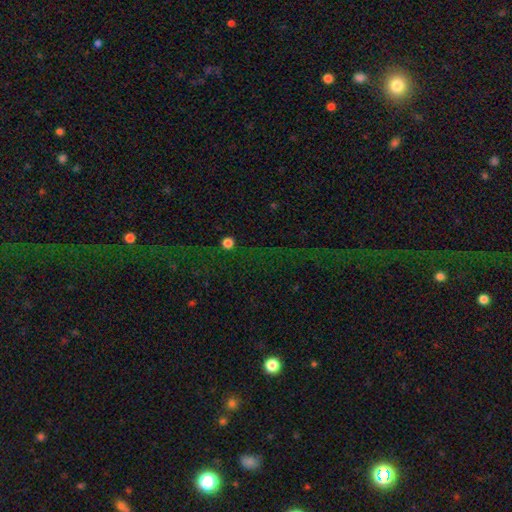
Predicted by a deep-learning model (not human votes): Overall: star or artifact (71%).